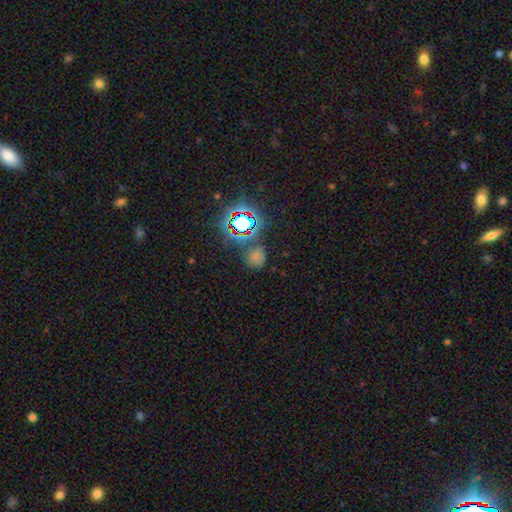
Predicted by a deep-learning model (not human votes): Q: Smooth or featured?
A: smooth (50%); runner-up: star or artifact (40%)
Q: How rounded?
A: round (77%); runner-up: in between (21%)
Q: Merging?
A: none (65%); runner-up: minor disturbance (19%)